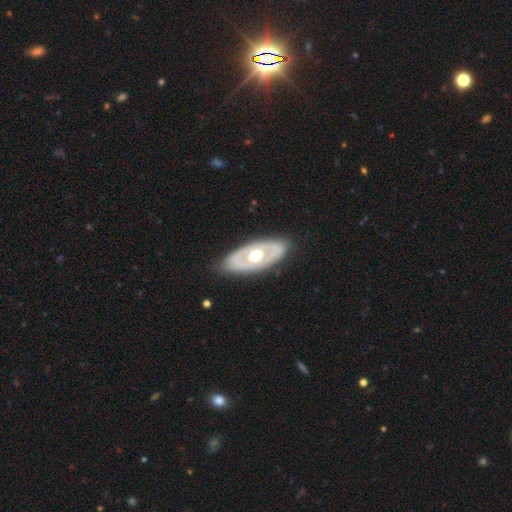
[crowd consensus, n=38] This is likely a featured or disk galaxy (66%). It is clearly not viewed edge-on (92%). Bar: clearly no (96%). Spiral arm pattern: clearly no (87%). Central bulge: likely moderate (70%). Merging: clearly none (81%).